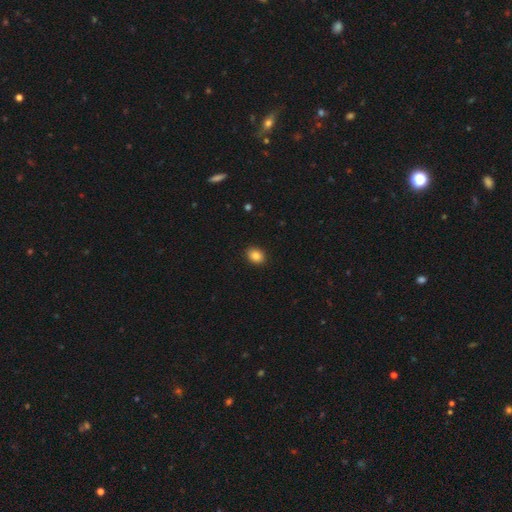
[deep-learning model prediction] The model was most divided on "how rounded": in between: 54%, round: 45%, cigar-shaped: 1%. More confident: merging — none (91%); smooth or featured — smooth (86%).